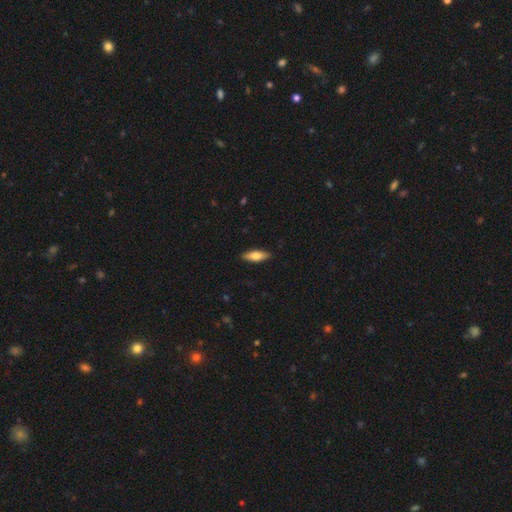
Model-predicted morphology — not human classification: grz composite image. It shows a smooth galaxy with no disk features (72%) that is in between round and cigar-shaped (63%). Merging: none (89%).